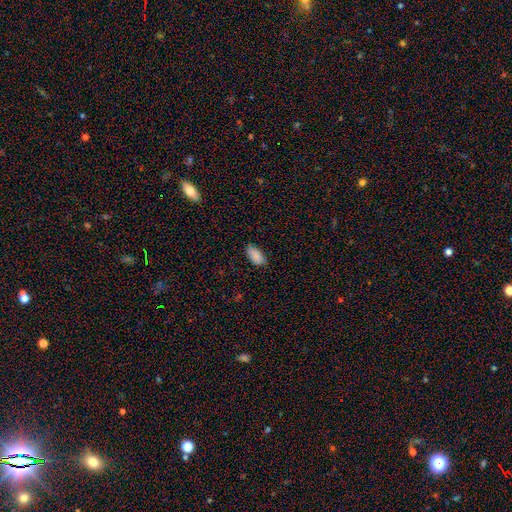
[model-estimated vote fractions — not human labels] A smooth galaxy with no disk features (87%) that is in between round and cigar-shaped (93%).

Vote fractions:
- Smooth or featured? smooth: 87% / star or artifact: 7% / featured or disk: 6%
- How rounded? in between: 93% / cigar-shaped: 5% / round: 2%
- Merging? none: 78% / minor disturbance: 18% / major disturbance: 3% / merger: 1%